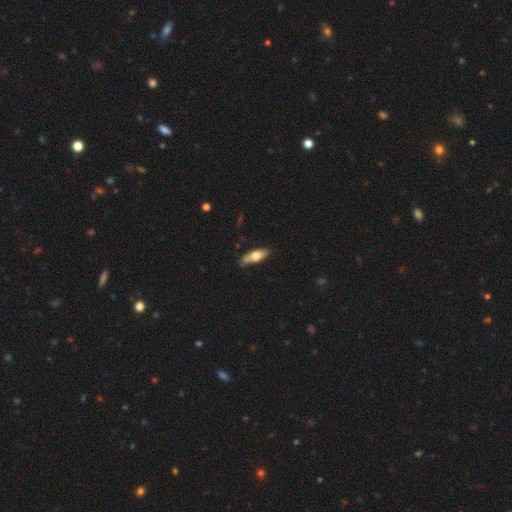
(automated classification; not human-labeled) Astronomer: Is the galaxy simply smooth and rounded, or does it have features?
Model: smooth — 67%.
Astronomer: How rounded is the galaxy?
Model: in between — 62%.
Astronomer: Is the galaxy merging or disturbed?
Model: none — 73%.